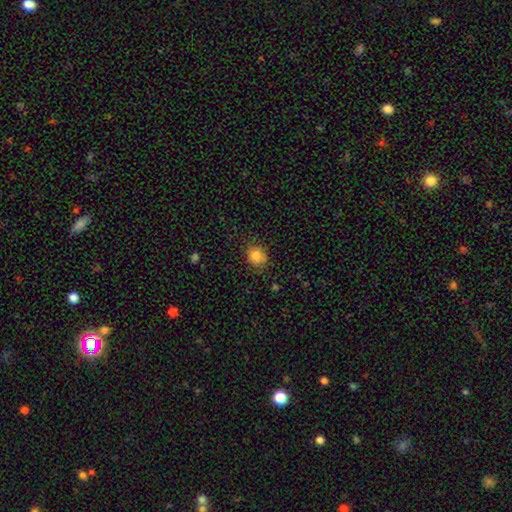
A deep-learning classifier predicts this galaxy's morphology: A smooth galaxy with no disk features (83%) that is round (75%).

Vote fractions:
- Smooth or featured? smooth: 83% / star or artifact: 11% / featured or disk: 6%
- How rounded? round: 75% / in between: 25% / cigar-shaped: 1%
- Merging? none: 77% / minor disturbance: 16% / major disturbance: 4% / merger: 3%